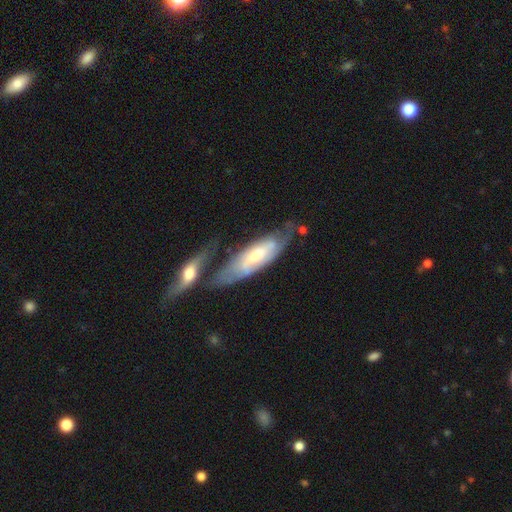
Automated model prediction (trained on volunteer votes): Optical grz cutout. It shows a featured or disk galaxy (59%). Merging: none (41%).